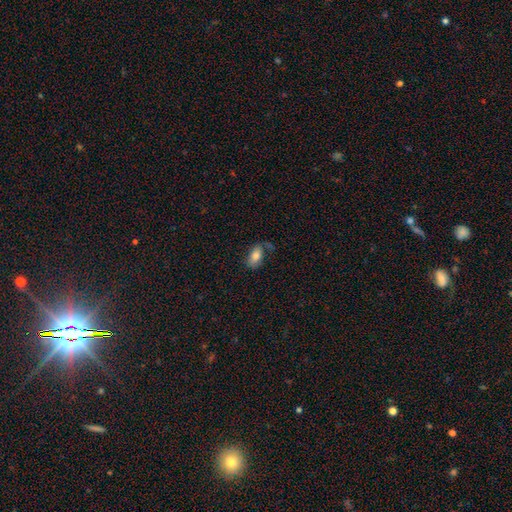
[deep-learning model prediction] Smooth or featured?
  - smooth: 76% *
  - featured or disk: 17%
  - star or artifact: 8%
How rounded?
  - in between: 91% *
  - round: 6%
  - cigar-shaped: 4%
Merging?
  - none: 54% *
  - minor disturbance: 25%
  - major disturbance: 16%
  - merger: 5%